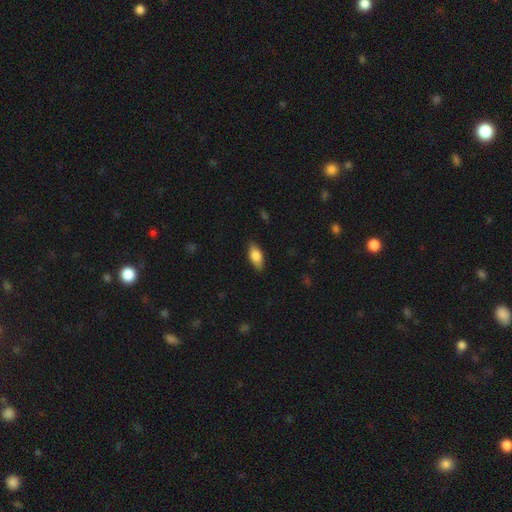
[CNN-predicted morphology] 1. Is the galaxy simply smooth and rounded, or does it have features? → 81% smooth, 12% featured or disk, 6% star or artifact.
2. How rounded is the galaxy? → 86% in between, 11% cigar-shaped, 3% round.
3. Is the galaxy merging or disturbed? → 86% none, 11% minor disturbance, 2% major disturbance, 1% merger.